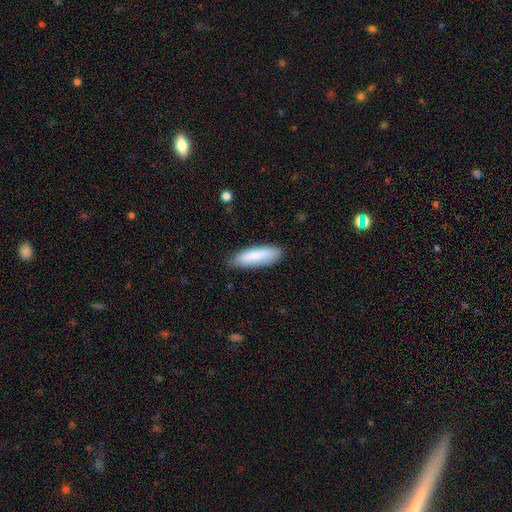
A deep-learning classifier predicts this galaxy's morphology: Q: Smooth or featured?
A: smooth (85%); runner-up: featured or disk (10%)
Q: How rounded?
A: cigar-shaped (55%); runner-up: in between (43%)
Q: Merging?
A: none (82%); runner-up: minor disturbance (14%)